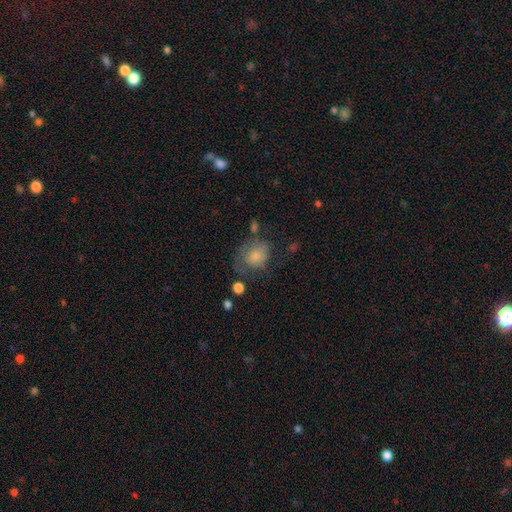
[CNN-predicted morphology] This is likely a smooth galaxy (69%). How rounded: possibly round (53%). Merging: marginally none (39%).